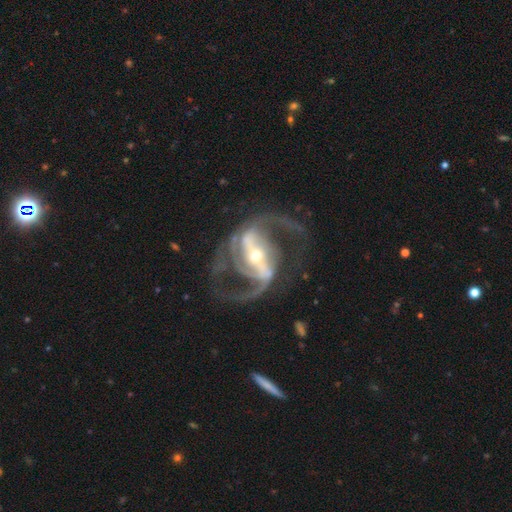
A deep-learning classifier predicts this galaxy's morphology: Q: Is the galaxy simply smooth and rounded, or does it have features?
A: featured or disk — 92%.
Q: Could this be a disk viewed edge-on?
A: no — 97%.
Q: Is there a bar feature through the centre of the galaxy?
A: strong — 70%.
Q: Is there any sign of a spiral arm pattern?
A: yes — 97%.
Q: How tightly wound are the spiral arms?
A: medium — 56%.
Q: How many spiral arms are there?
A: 2 — 80%.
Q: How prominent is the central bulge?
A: small — 59%.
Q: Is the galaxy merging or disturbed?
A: none — 66%.